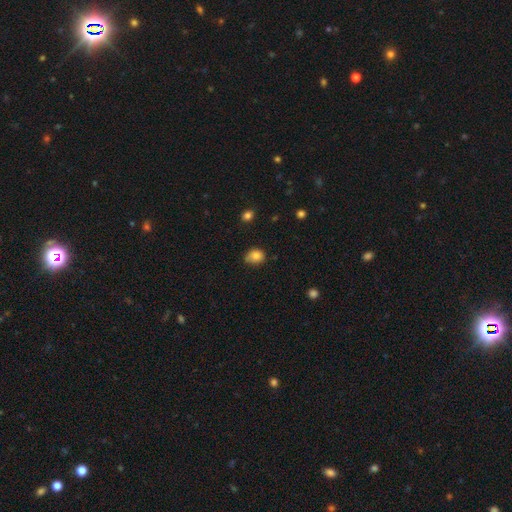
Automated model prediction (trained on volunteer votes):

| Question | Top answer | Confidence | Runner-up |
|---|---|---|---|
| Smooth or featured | smooth | 82% | star or artifact (10%) |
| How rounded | round | 53% | in between (46%) |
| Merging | none | 61% | minor disturbance (31%) |